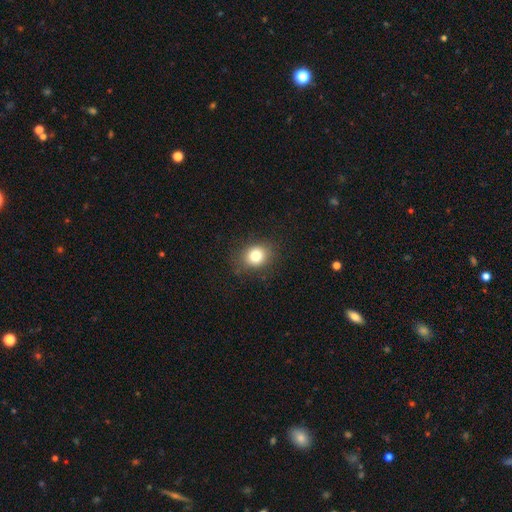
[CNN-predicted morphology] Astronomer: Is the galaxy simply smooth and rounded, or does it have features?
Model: smooth — 83%.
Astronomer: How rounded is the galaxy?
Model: round — 60% (runner-up: in between, 39%).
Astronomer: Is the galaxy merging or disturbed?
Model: none — 81%.